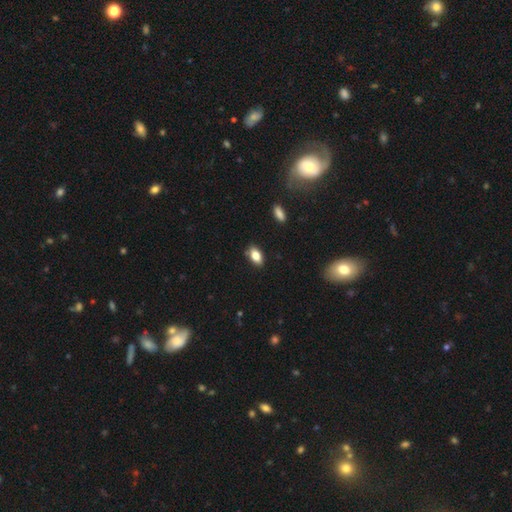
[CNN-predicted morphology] Overall: smooth (81%). How rounded: in between (89%). Merging: none (84%).